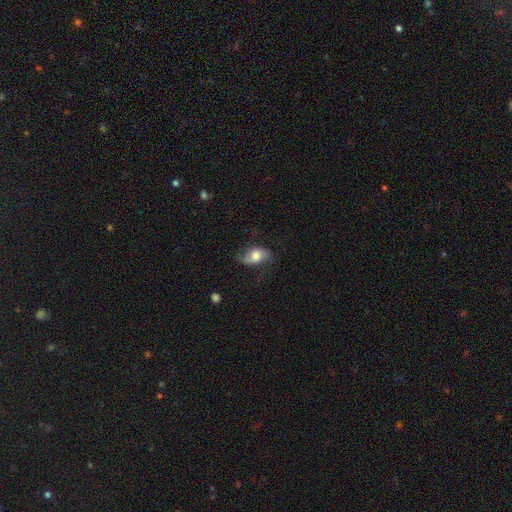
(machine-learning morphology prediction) smooth_or_featured: smooth (p=0.64) [alt: featured or disk p=0.28]
how_rounded: in between (p=0.86) [alt: round p=0.11]
merging: none (p=0.63) [alt: minor disturbance p=0.24]